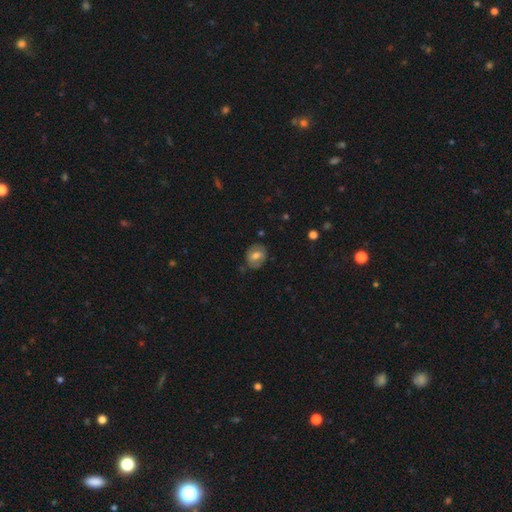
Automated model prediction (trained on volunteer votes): smooth 58%, featured or disk 34%, star or artifact 8%. Down the decision tree: how rounded — in between (49%, tied with round); merging — none (72%).